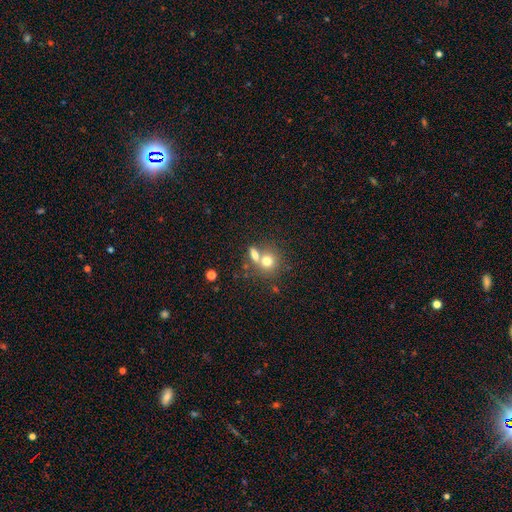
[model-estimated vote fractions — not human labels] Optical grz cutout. It shows a smooth galaxy with no disk features (71%) that is round (69%). Merging: merger (48%).